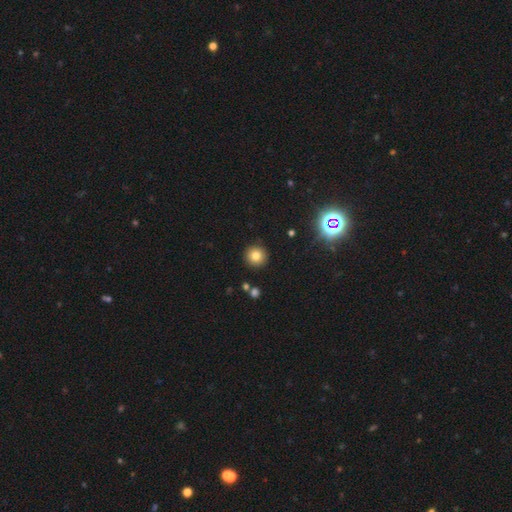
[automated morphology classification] type=smooth (80%); roundness=round (95%); merging=none (90%).